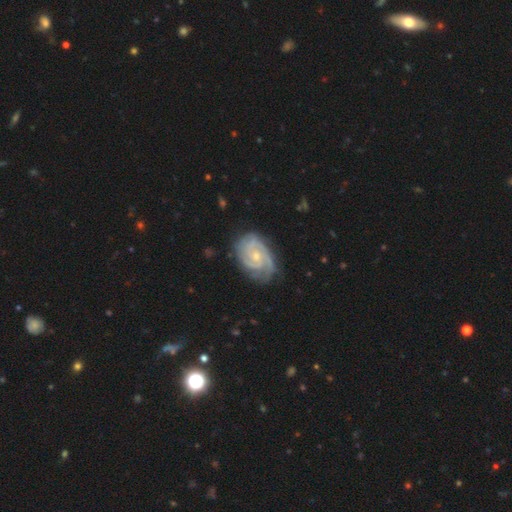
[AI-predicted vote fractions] Morphology: type=featured or disk (89%); edge-on=no (98%); bar=no (65%); spiral arms=yes (98%); winding=tight (66%); arm count=2 (40%); bulge=small (63%); merging=none (74%).